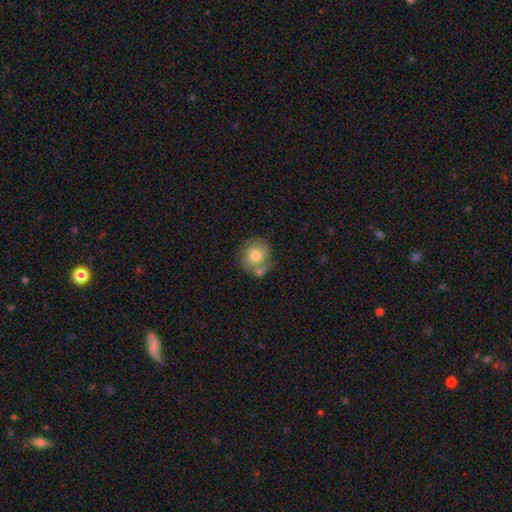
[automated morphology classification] Smooth or featured: smooth — 69% (featured or disk — 23%)
How rounded: round — 84% (in between — 15%)
Merging: none — 53% (merger — 23%)